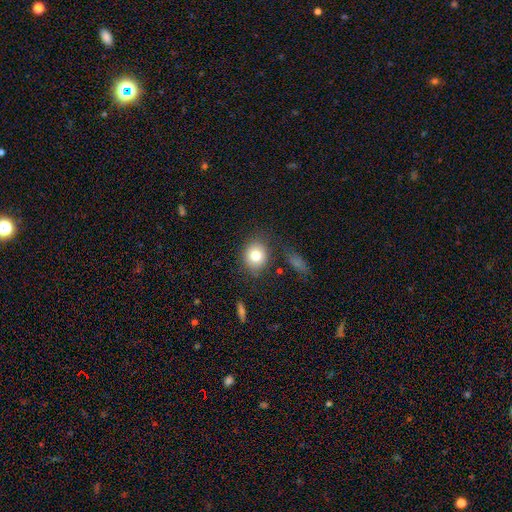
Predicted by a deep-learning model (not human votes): This appears to be a smooth galaxy with no disk features (79%) that is round (75%). Merging: none (77%).